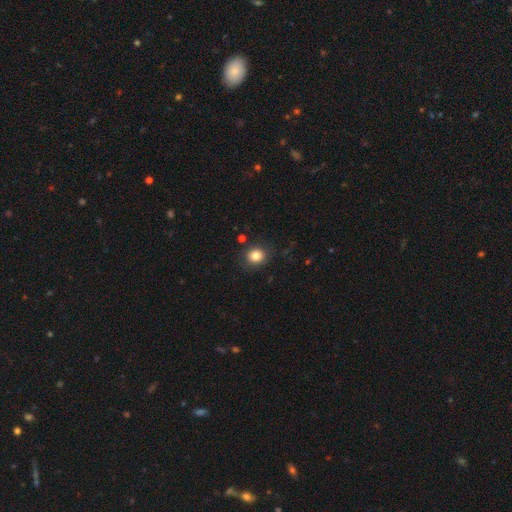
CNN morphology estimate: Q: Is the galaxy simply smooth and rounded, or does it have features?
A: smooth — 83%.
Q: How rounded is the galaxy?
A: round — 77%.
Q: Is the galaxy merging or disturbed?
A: none — 85%.